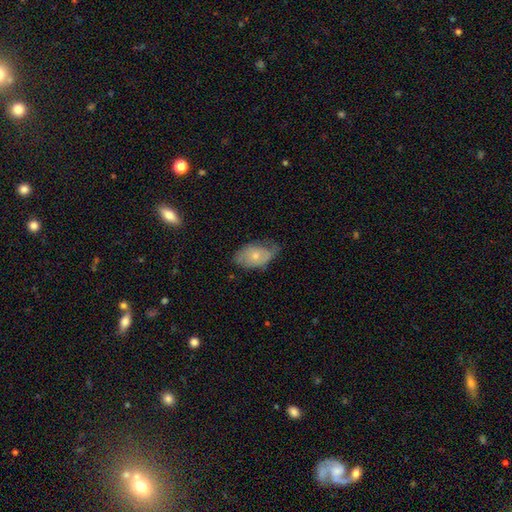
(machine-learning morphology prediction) This appears to be a smooth galaxy with no disk features (53%) that is in between round and cigar-shaped (89%). Merging: none (47%).